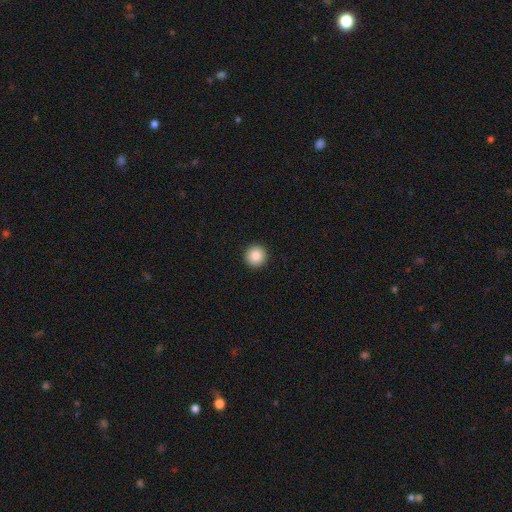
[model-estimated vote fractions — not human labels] This appears to be a smooth galaxy with no disk features (86%) that is round (96%). Merging: none (94%).